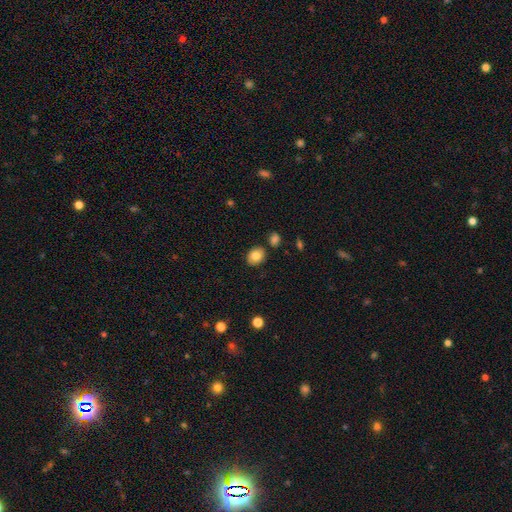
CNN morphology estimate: Smooth or featured: smooth — 82% (star or artifact — 9%)
How rounded: round — 54% (in between — 45%)
Merging: none — 84% (minor disturbance — 10%)